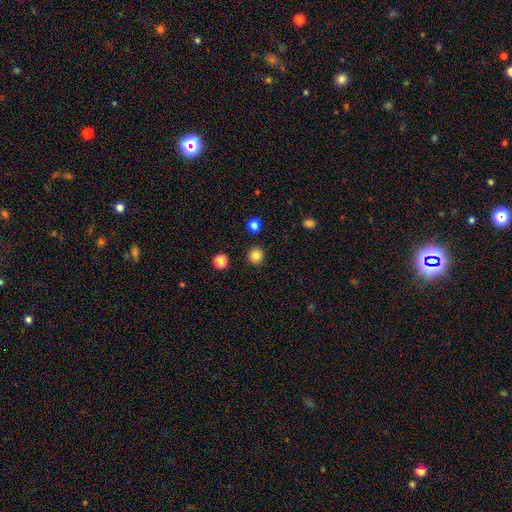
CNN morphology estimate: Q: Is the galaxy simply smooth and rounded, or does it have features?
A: smooth — 83%.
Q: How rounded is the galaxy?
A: round — 95%.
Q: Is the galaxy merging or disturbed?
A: none — 91%.